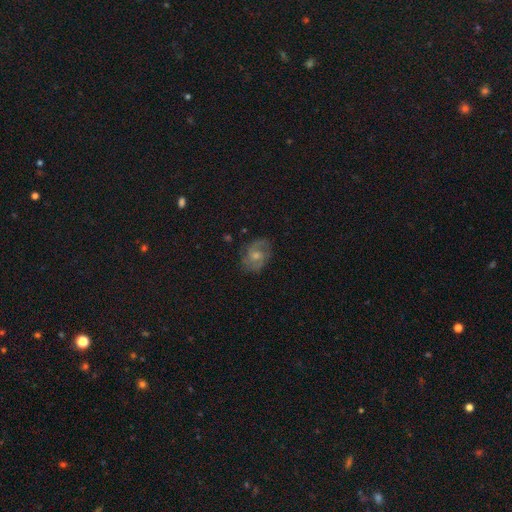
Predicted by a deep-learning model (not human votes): The model was most divided on "bulge size": moderate: 46%, small: 45%, none: 5%, large: 3%, dominant: 1%. More confident: edge-on disk — no (97%); spiral arms — yes (92%); merging — none (74%); smooth or featured — featured or disk (74%); spiral arm count — 2 (72%); bar — no (61%); spiral winding — medium (51%).